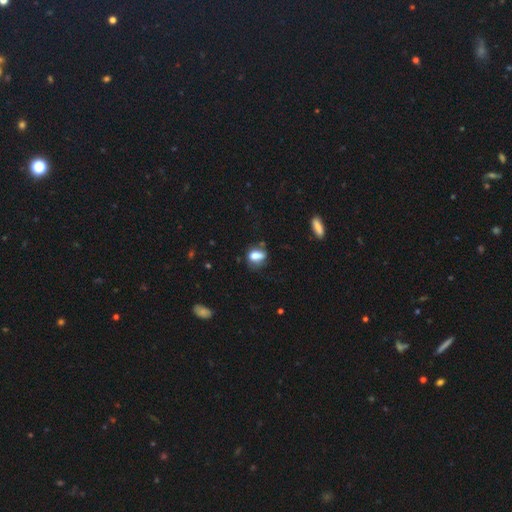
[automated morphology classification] Q: Smooth or featured?
A: smooth (73%); runner-up: featured or disk (16%)
Q: How rounded?
A: in between (69%); runner-up: round (26%)
Q: Merging?
A: none (49%); runner-up: minor disturbance (30%)